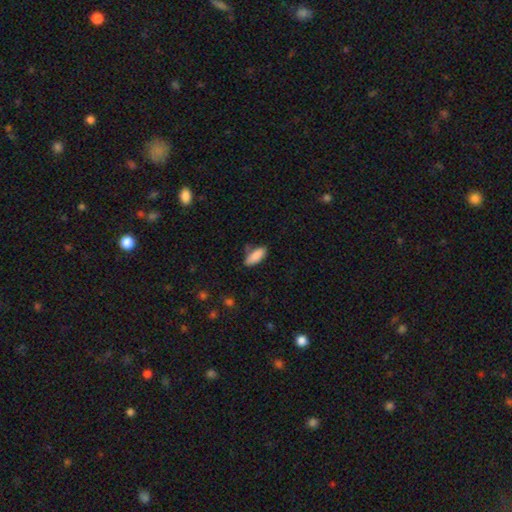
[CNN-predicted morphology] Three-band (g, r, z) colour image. It shows a smooth galaxy with no disk features (87%) that is in between round and cigar-shaped (78%). Merging: none (68%).